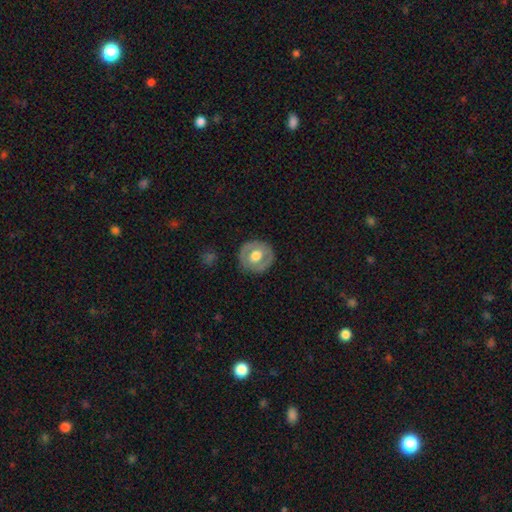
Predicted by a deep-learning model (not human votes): smooth 47% (tied), featured or disk 47% (tied), star or artifact 6%. Down the decision tree: merging — none (83%).